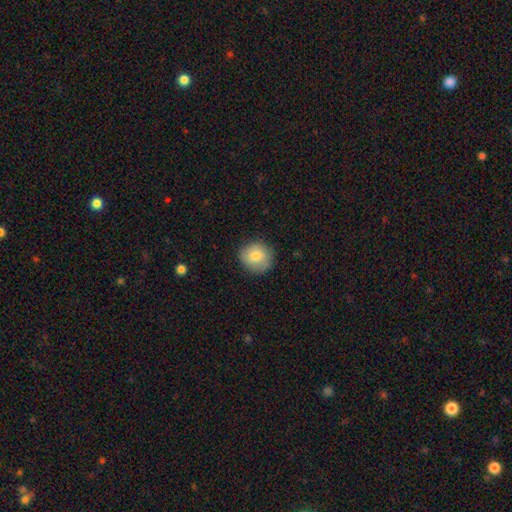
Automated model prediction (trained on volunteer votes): The model was most divided on "smooth or featured": smooth: 80%, featured or disk: 11%, star or artifact: 8%. More confident: how rounded — round (89%); merging — none (85%).